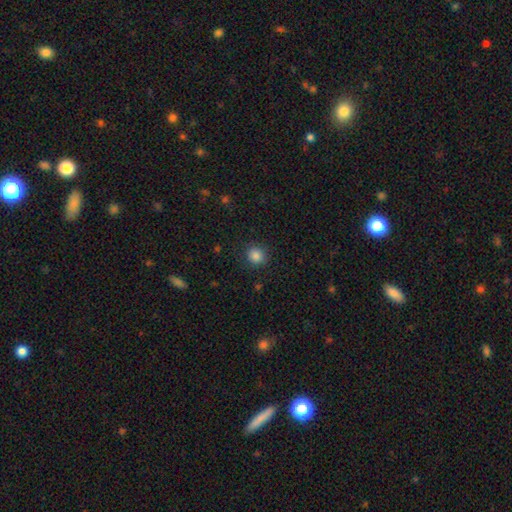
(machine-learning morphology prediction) This appears to be a smooth galaxy with no disk features (86%) that is round (89%). Merging: none (89%).